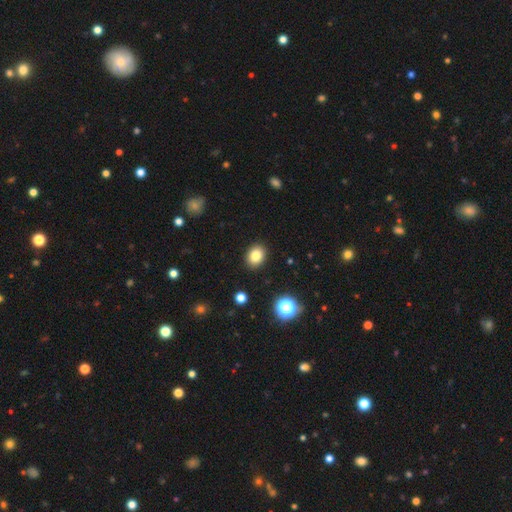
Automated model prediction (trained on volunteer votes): Overall: smooth (83%). How rounded: in between (56%; round 43%). Merging: none (90%).